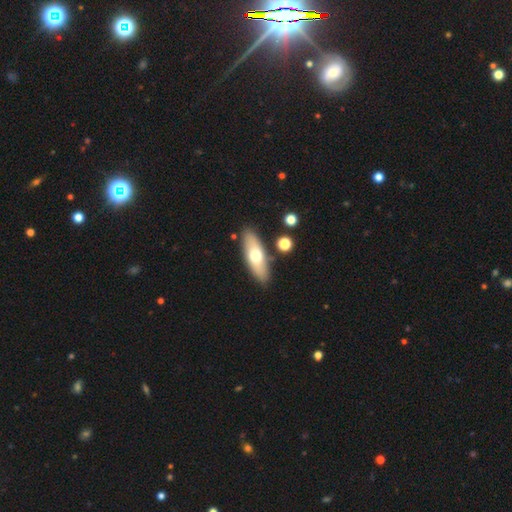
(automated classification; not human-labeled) smooth_or_featured: smooth (p=0.61) [alt: featured or disk p=0.33]
how_rounded: in between (p=0.62) [alt: cigar-shaped p=0.35]
merging: none (p=0.84) [alt: minor disturbance p=0.09]